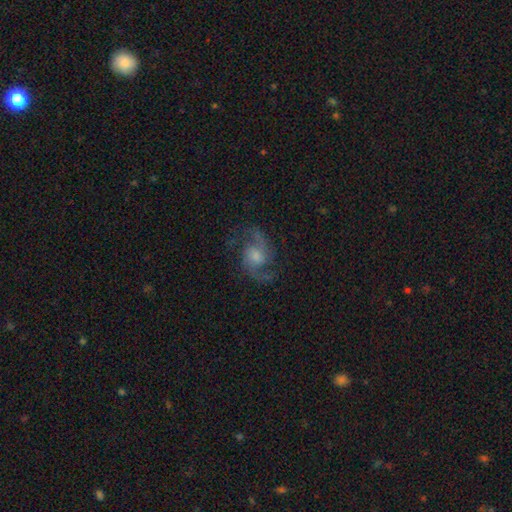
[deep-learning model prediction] smooth_or_featured: featured or disk (p=0.87) [alt: star or artifact p=0.07]
disk_edge_on: no (p=0.98) [alt: yes p=0.02]
bar: no (p=0.56) [alt: weak p=0.38]
has_spiral_arms: yes (p=0.97) [alt: no p=0.03]
spiral_winding: medium (p=0.53) [alt: loose p=0.36]
spiral_arm_count: 2 (p=0.91) [alt: 3 p=0.03]
bulge_size: moderate (p=0.44) [alt: small p=0.24]
merging: none (p=0.77) [alt: minor disturbance p=0.14]